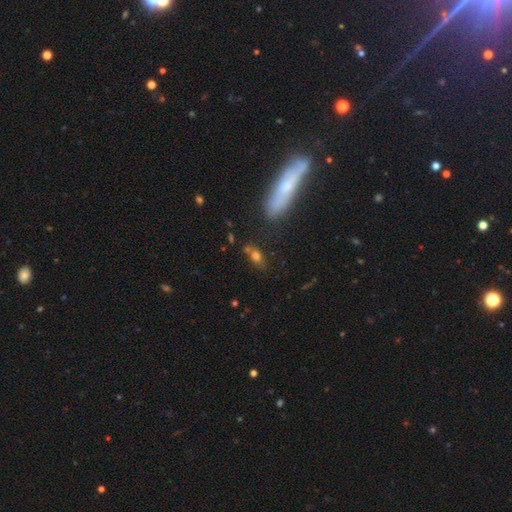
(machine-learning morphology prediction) Overall: smooth (72%). How rounded: in between (73%). Merging: none (56%; merger 19%).